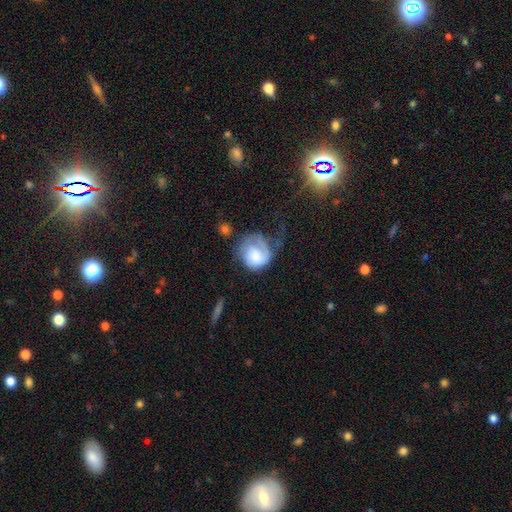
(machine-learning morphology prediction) Q: Smooth or featured?
A: smooth (51%); runner-up: featured or disk (42%)
Q: How rounded?
A: round (73%); runner-up: in between (26%)
Q: Merging?
A: major disturbance (43%); runner-up: none (27%)